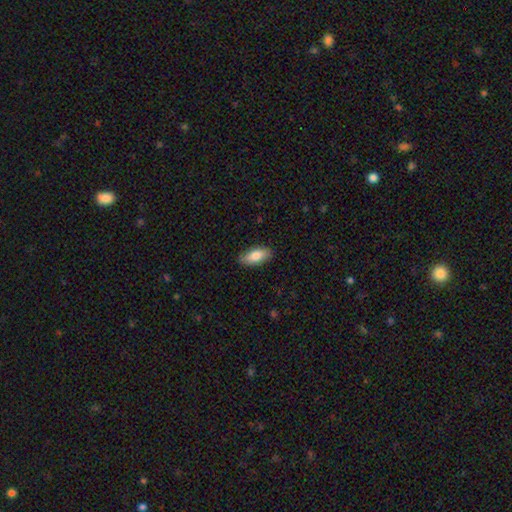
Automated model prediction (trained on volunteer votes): Morphology: type=smooth (83%); roundness=in between (85%); merging=none (87%).